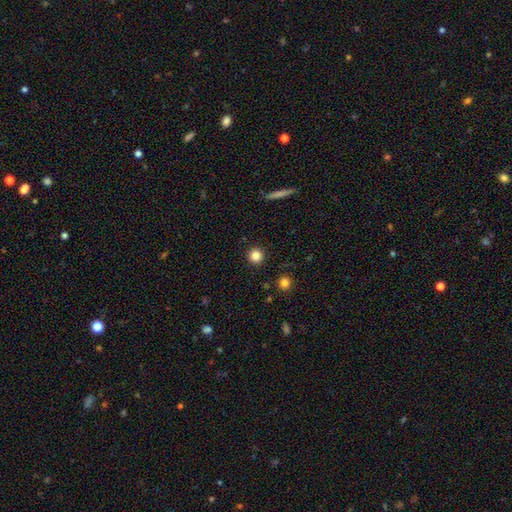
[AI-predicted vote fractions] This appears to be a smooth galaxy with no disk features (84%) that is round (95%). Merging: none (92%).